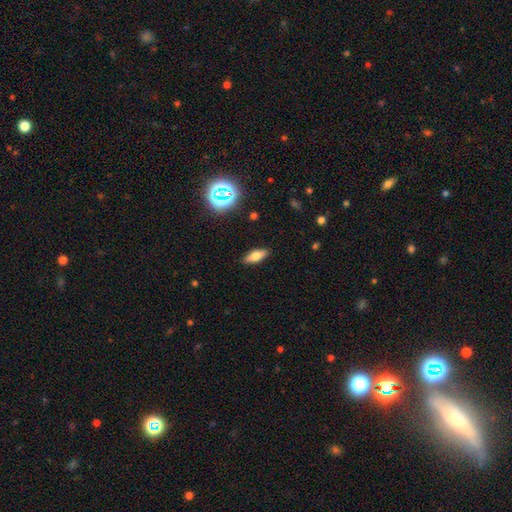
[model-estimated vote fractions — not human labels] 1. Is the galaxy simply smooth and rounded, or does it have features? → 61% smooth, 28% featured or disk, 11% star or artifact.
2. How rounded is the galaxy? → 68% in between, 29% cigar-shaped, 4% round.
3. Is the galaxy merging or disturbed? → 88% none, 8% minor disturbance, 2% major disturbance, 1% merger.